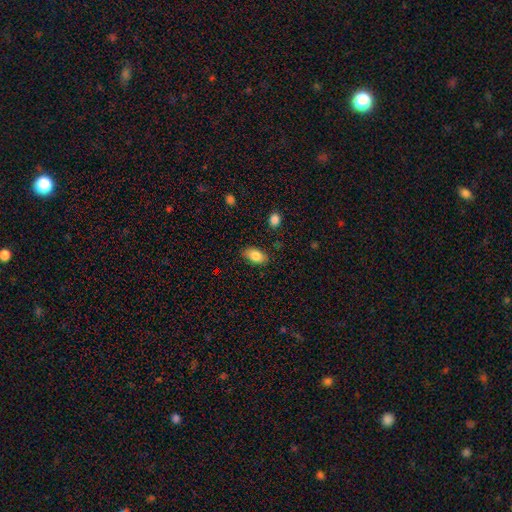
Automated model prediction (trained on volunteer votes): Morphology: type=smooth (84%); roundness=in between (91%); merging=none (84%).